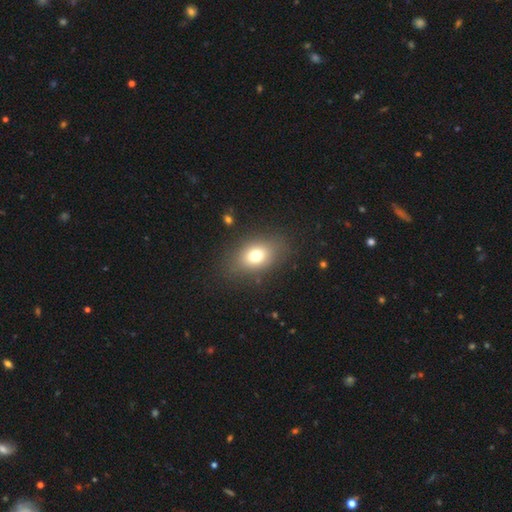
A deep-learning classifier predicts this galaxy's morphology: smooth 74%, featured or disk 13%, star or artifact 13%. Down the decision tree: how rounded — in between (71%); merging — none (82%).